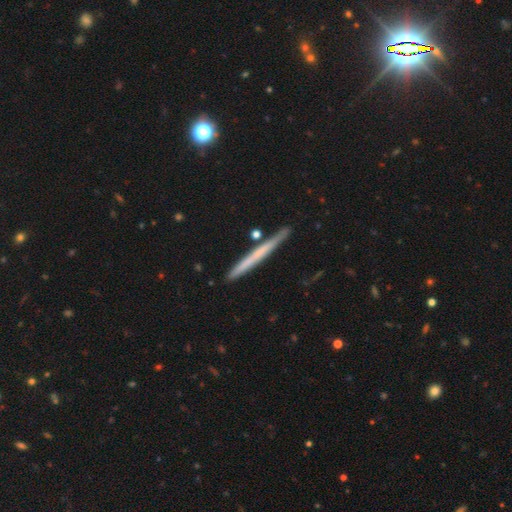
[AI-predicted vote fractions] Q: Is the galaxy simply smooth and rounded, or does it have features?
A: smooth — 50%.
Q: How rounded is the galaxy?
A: cigar-shaped — 97%.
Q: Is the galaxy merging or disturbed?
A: none — 88%.